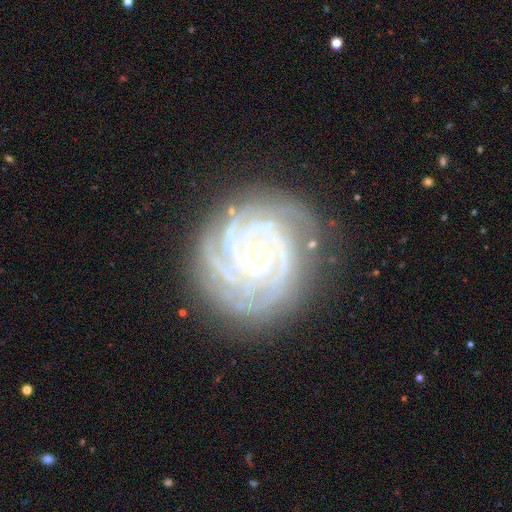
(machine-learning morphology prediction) The model was most divided on "spiral arm count": 4: 33%, 3: 20%, more than 4: 19%, can't tell: 13%, 2: 9%, 1: 6%. More confident: spiral arms — yes (98%); edge-on disk — no (98%); smooth or featured — featured or disk (89%); bulge size — small (85%); spiral winding — tight (82%); merging — none (79%); bar — no (78%).